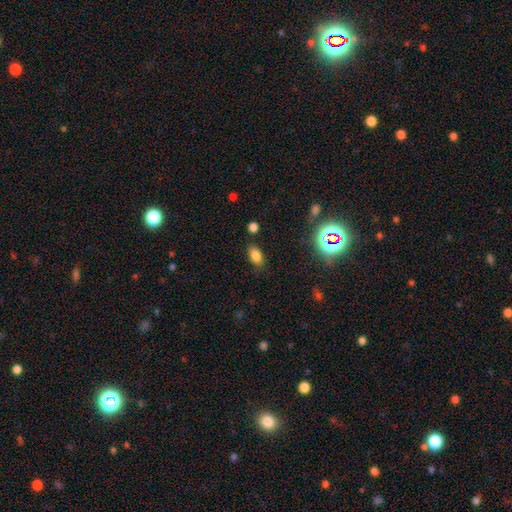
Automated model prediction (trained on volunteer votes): Smooth or featured? smooth (81%)
How rounded? in between (89%)
Merging? none (80%)